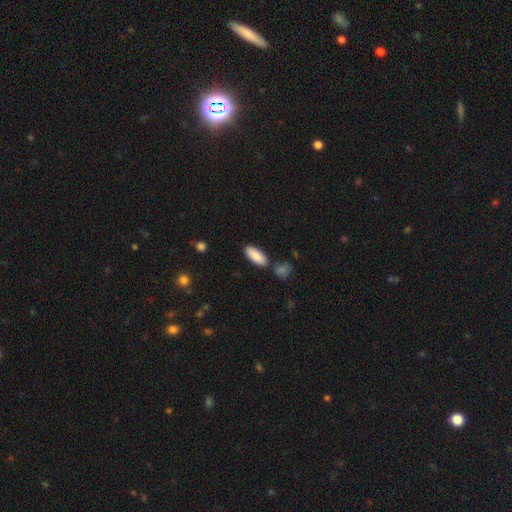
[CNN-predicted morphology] Smooth or featured?
  - smooth: 88% *
  - featured or disk: 6%
  - star or artifact: 6%
How rounded?
  - in between: 76% *
  - cigar-shaped: 22%
  - round: 2%
Merging?
  - none: 78% *
  - minor disturbance: 11%
  - merger: 9%
  - major disturbance: 3%